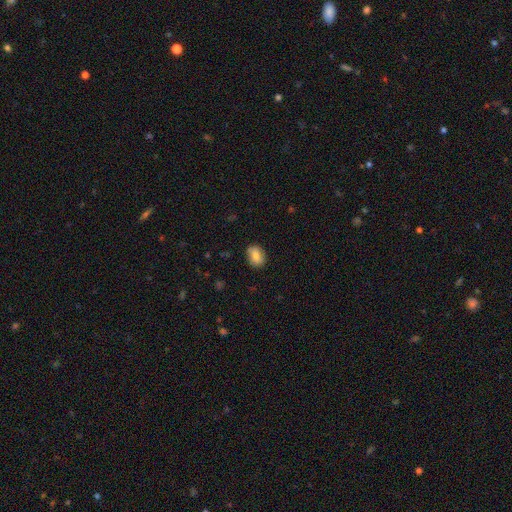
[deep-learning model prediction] smooth-or-featured: smooth: 79% | featured or disk: 14% | star or artifact: 8%
  how-rounded: in between: 65% | round: 34% | cigar-shaped: 1%
  merging: none: 85% | minor disturbance: 12% | major disturbance: 3% | merger: 1%